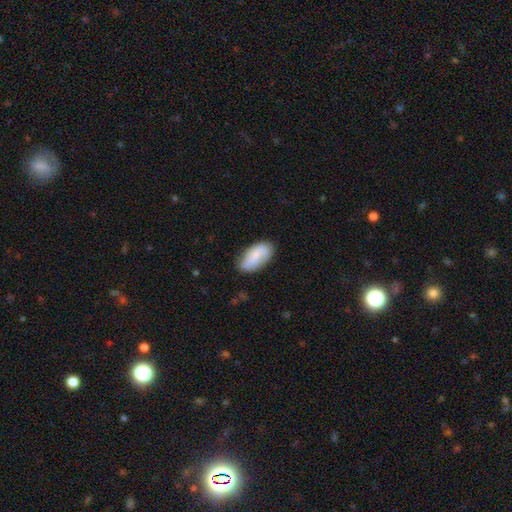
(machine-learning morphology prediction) type=smooth (61%); roundness=in between (93%); merging=none (73%).